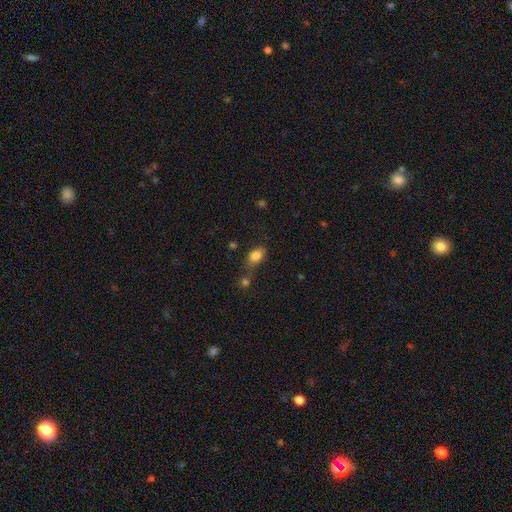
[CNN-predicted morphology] type=smooth (82%); roundness=in between (82%); merging=none (56%).